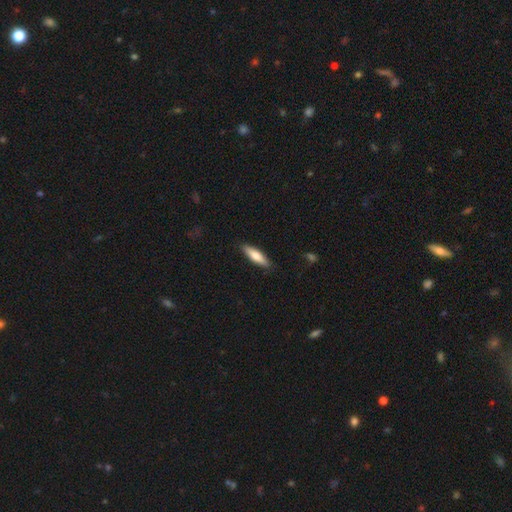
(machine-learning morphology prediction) Smooth or featured: smooth — 72% (featured or disk — 22%)
How rounded: cigar-shaped — 65% (in between — 34%)
Merging: none — 88% (minor disturbance — 9%)